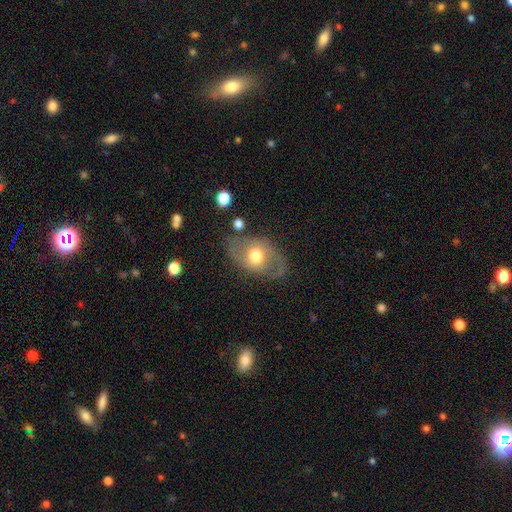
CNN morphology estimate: type=featured or disk (49%); merging=none (67%).